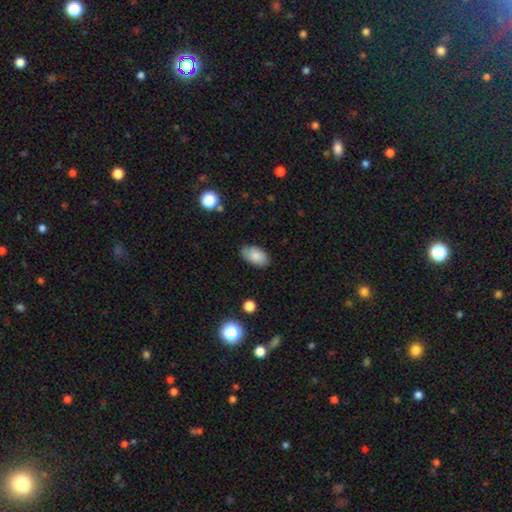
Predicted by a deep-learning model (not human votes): smooth_or_featured: smooth (p=0.81) [alt: featured or disk p=0.11]
how_rounded: in between (p=0.94) [alt: round p=0.05]
merging: none (p=0.79) [alt: minor disturbance p=0.17]